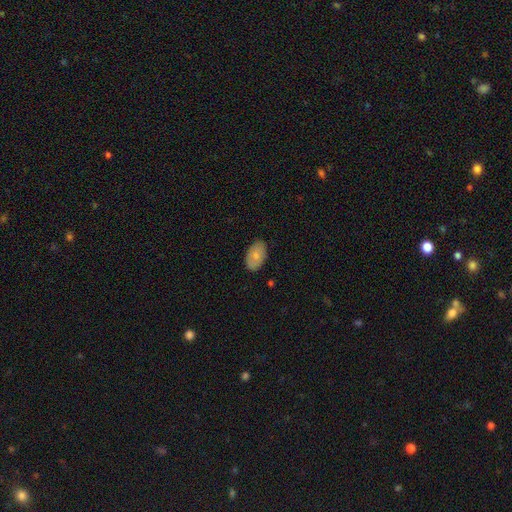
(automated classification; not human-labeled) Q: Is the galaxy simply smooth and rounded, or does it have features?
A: smooth — 78%.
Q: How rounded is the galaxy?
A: in between — 92%.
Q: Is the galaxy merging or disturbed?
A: none — 84%.